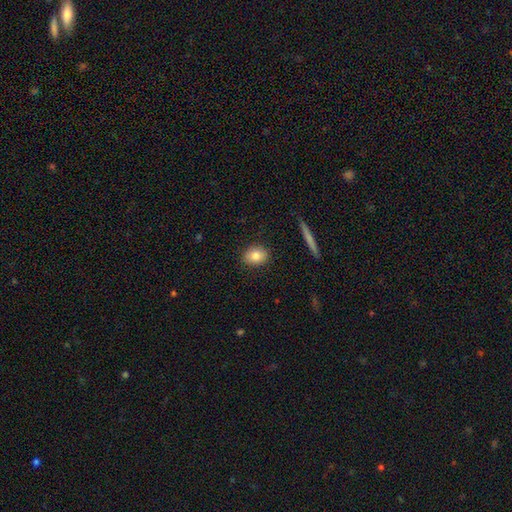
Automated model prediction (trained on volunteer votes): A smooth galaxy with no disk features (83%) that is in between round and cigar-shaped (57%). Merging: none (88%).